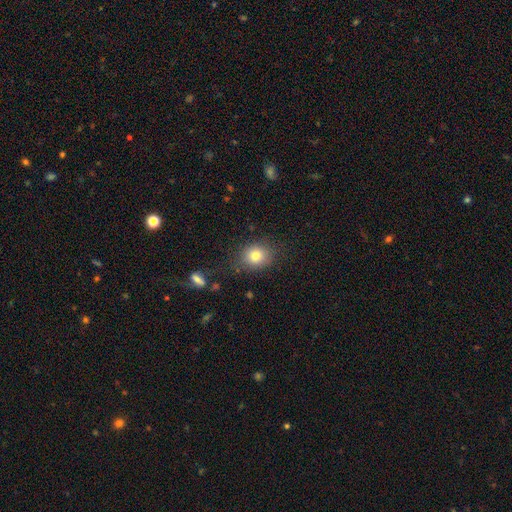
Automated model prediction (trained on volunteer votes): A smooth galaxy with no disk features (79%) that is round (62%).

Vote fractions:
- Smooth or featured? smooth: 79% / star or artifact: 11% / featured or disk: 10%
- How rounded? round: 62% / in between: 37% / cigar-shaped: 1%
- Merging? none: 80% / minor disturbance: 13% / major disturbance: 5% / merger: 2%